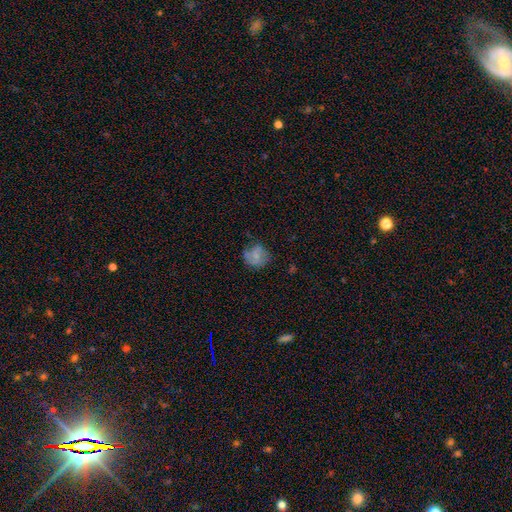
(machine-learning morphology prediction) smooth 56%, featured or disk 34%, star or artifact 10%. Down the decision tree: how rounded — round (79%); merging — none (60%).